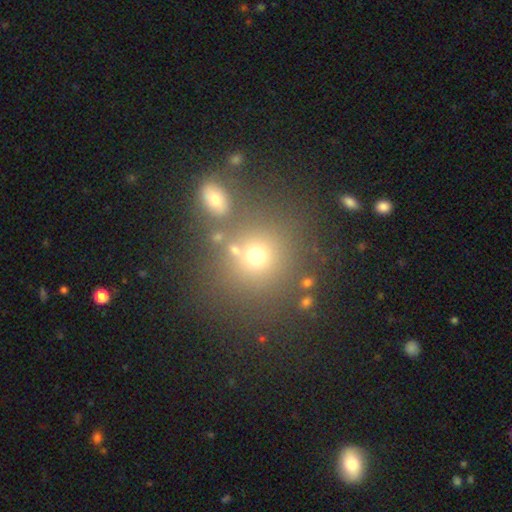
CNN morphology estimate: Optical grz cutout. It shows a smooth galaxy with no disk features (68%) that is round (86%). Merging: none (66%).